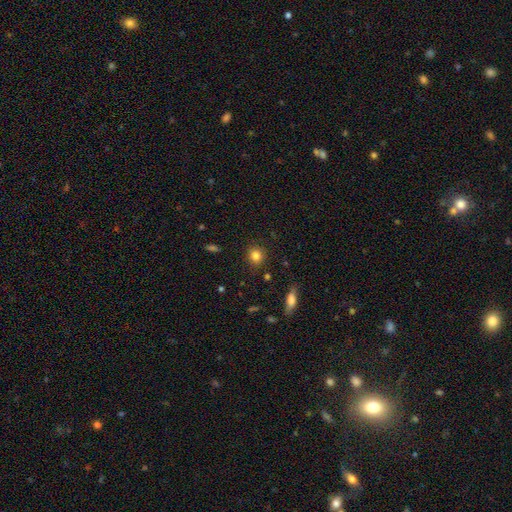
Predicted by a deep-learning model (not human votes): smooth_or_featured: smooth (p=0.83) [alt: star or artifact p=0.11]
how_rounded: round (p=0.84) [alt: in between p=0.15]
merging: none (p=0.89) [alt: minor disturbance p=0.08]